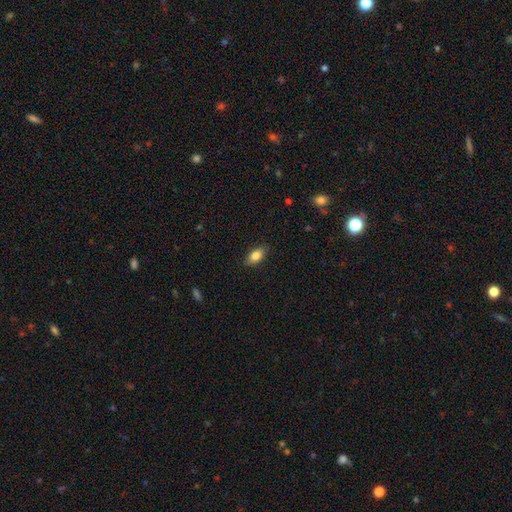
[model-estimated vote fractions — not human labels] The model was most divided on "smooth or featured": smooth: 82%, featured or disk: 11%, star or artifact: 7%. More confident: how rounded — in between (89%); merging — none (86%).